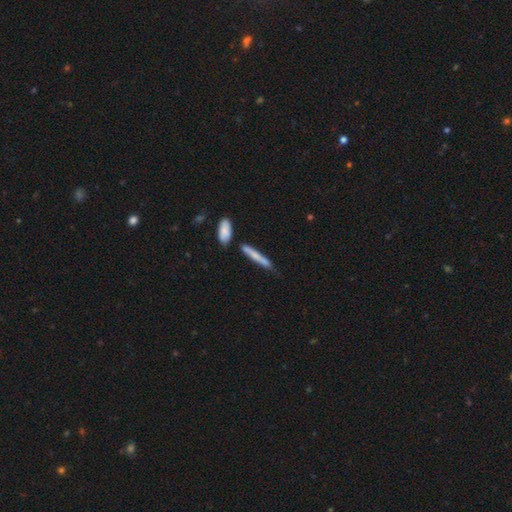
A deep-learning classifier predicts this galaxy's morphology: Q: Smooth or featured?
A: smooth (67%); runner-up: featured or disk (27%)
Q: How rounded?
A: cigar-shaped (91%); runner-up: in between (7%)
Q: Merging?
A: none (67%); runner-up: minor disturbance (19%)